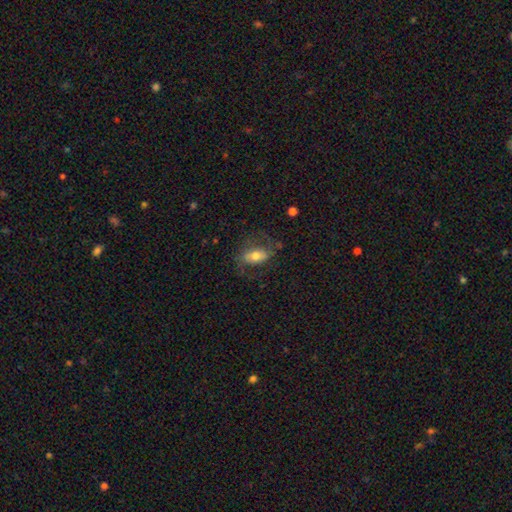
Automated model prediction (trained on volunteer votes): The model was most divided on "smooth or featured": smooth: 50%, featured or disk: 42%, star or artifact: 8%. More confident: merging — none (61%).